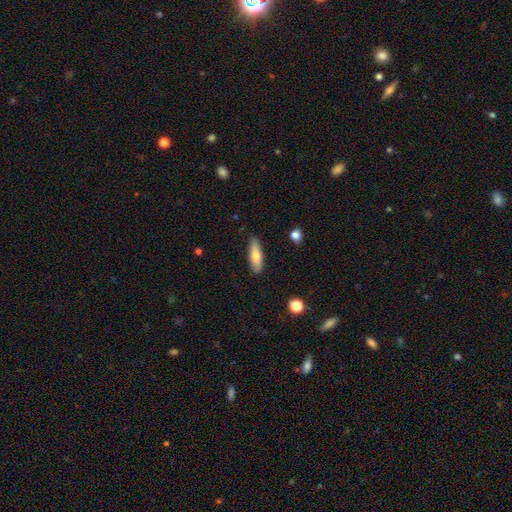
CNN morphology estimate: Smooth or featured?
  - smooth: 73% *
  - featured or disk: 21%
  - star or artifact: 6%
How rounded?
  - cigar-shaped: 58% *
  - in between: 40%
  - round: 2%
Merging?
  - none: 86% *
  - minor disturbance: 11%
  - major disturbance: 2%
  - merger: 1%